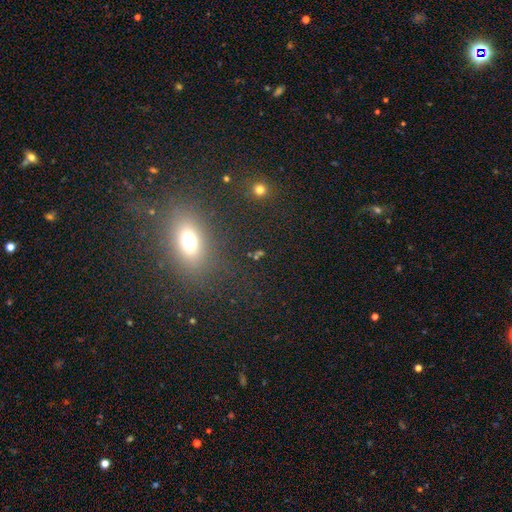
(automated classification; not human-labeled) Q: Smooth or featured?
A: smooth (56%); runner-up: star or artifact (30%)
Q: How rounded?
A: in between (61%); runner-up: round (29%)
Q: Merging?
A: none (79%); runner-up: minor disturbance (11%)